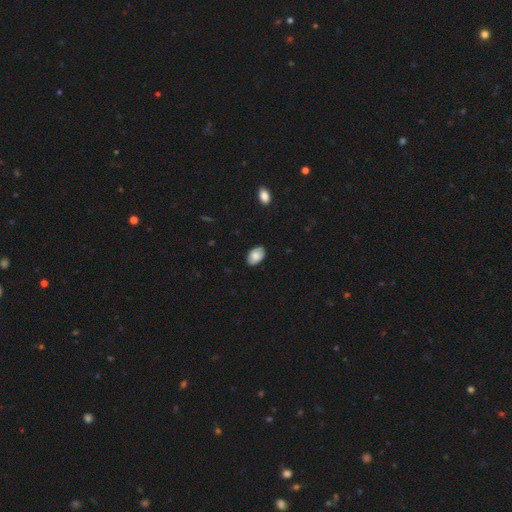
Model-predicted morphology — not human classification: Overall: smooth (85%). How rounded: in between (91%). Merging: none (86%).